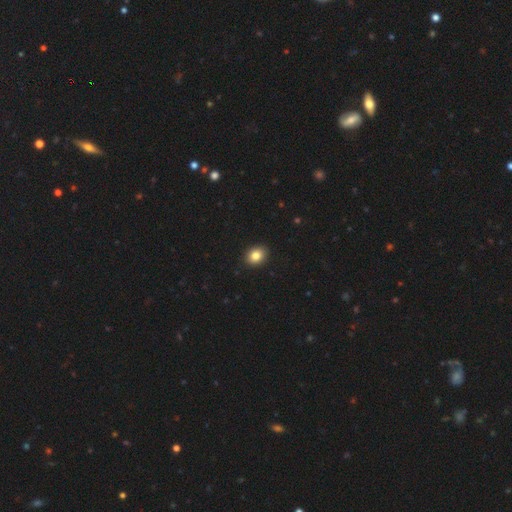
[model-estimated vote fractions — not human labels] A smooth galaxy with no disk features (84%) that is in between round and cigar-shaped (52%). Merging: none (92%).